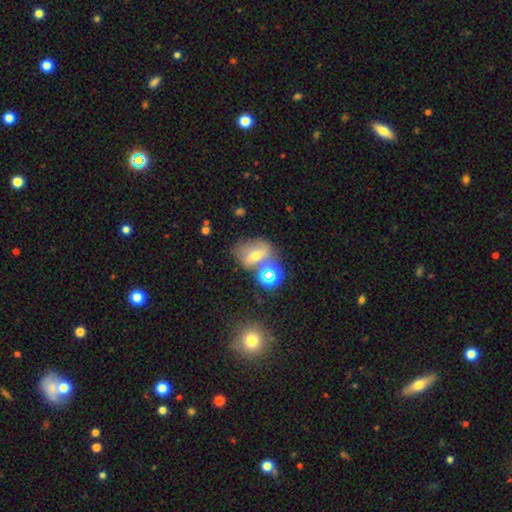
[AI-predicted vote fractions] This is marginally a smooth galaxy (45%). Merging: marginally none (44%).